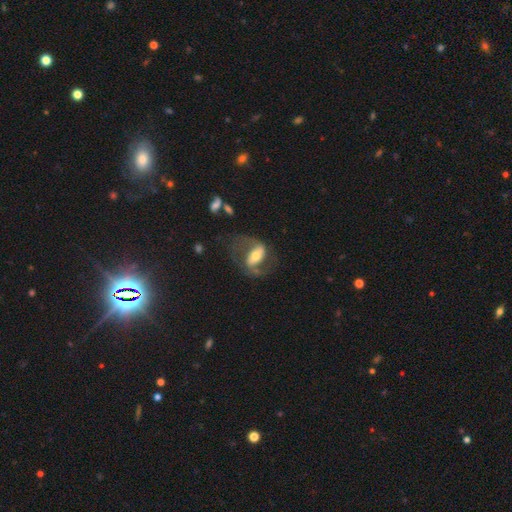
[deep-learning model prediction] The model was most divided on "spiral winding": medium: 48%, loose: 37%, tight: 15%. Remaining: edge-on disk — no (94%); spiral arm count — 2 (86%); spiral arms — yes (83%); smooth or featured — featured or disk (73%); merging — none (57%); bulge size — moderate (56%); bar — strong (50%).